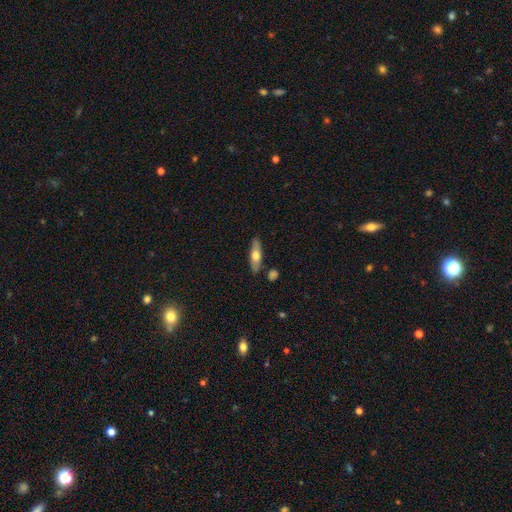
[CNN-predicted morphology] This appears to be a smooth galaxy with no disk features (56%) that is cigar-shaped (53%). Merging: none (83%).